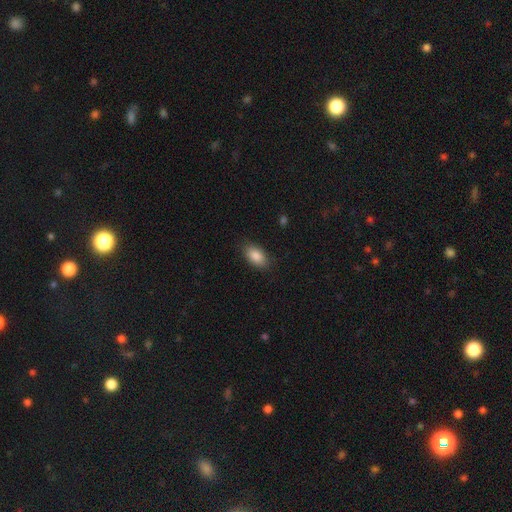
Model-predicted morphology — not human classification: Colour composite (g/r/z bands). It shows a smooth galaxy with no disk features (88%) that is in between round and cigar-shaped (93%). Merging: none (85%).